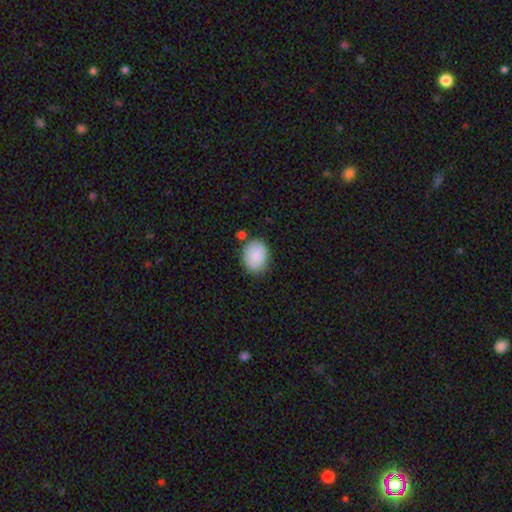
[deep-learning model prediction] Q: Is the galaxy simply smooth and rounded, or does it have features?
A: smooth — 87%.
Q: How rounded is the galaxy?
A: in between — 61%.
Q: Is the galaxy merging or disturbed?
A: none — 73%.